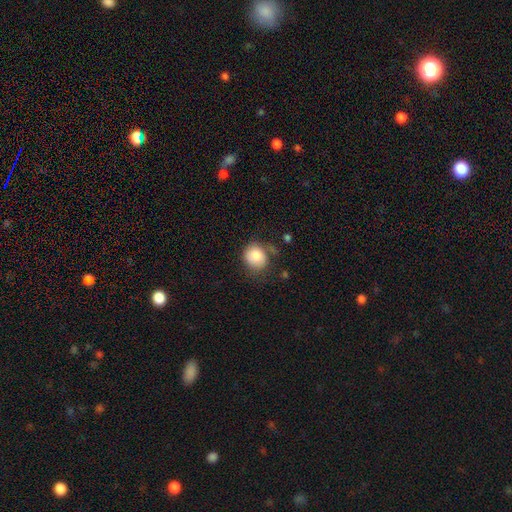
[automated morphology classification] Overall: smooth (82%). How rounded: round (76%). Merging: none (59%; minor disturbance 26%).